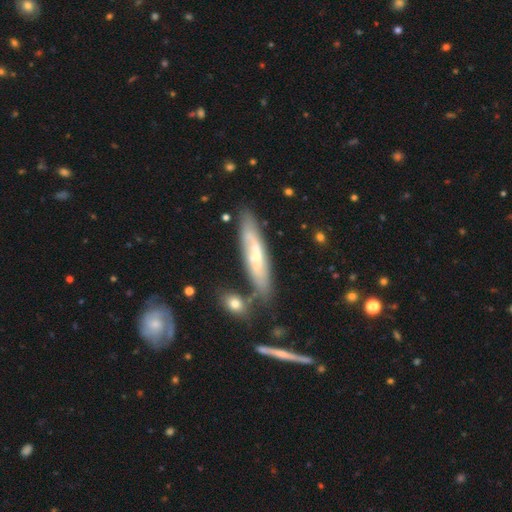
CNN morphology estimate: featured or disk 57%, smooth 36%, star or artifact 7%. Down the decision tree: edge-on disk — yes (52%); merging — none (72%).